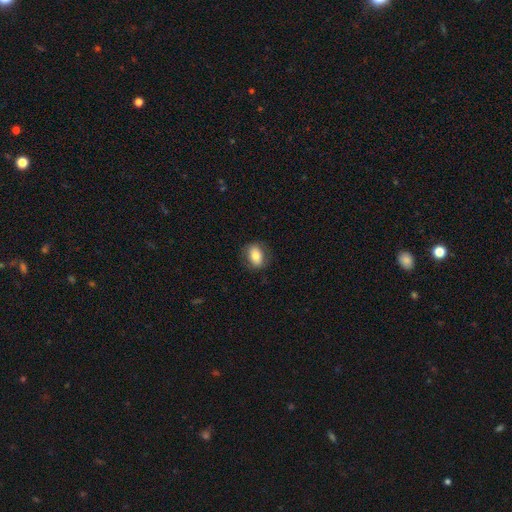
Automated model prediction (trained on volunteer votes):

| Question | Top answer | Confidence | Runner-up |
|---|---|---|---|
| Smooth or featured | smooth | 78% | featured or disk (14%) |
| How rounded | in between | 72% | round (26%) |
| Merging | none | 84% | minor disturbance (12%) |